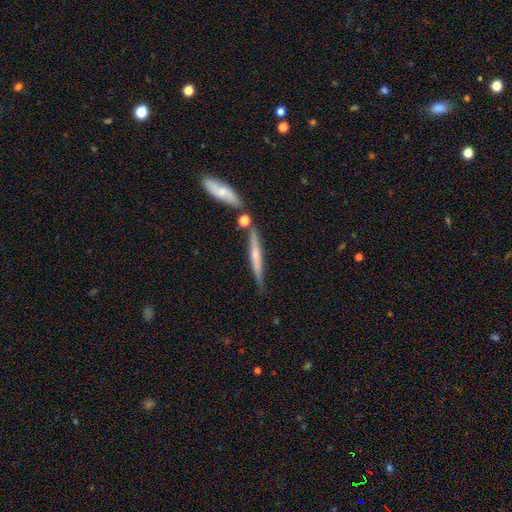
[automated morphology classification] Smooth or featured?
  - featured or disk: 56% *
  - smooth: 37%
  - star or artifact: 7%
Edge-on disk?
  - yes: 95% *
  - no: 5%
Edge-on bulge?
  - rounded: 49% *
  - none: 42%
  - boxy: 9%
Merging?
  - none: 73% *
  - minor disturbance: 13%
  - merger: 12%
  - major disturbance: 3%